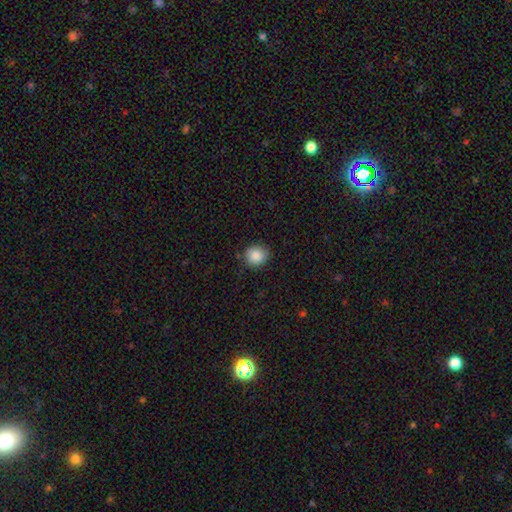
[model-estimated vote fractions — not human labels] Smooth or featured?
  - smooth: 87% *
  - star or artifact: 9%
  - featured or disk: 4%
How rounded?
  - round: 79% *
  - in between: 20%
  - cigar-shaped: 1%
Merging?
  - none: 83% *
  - minor disturbance: 13%
  - major disturbance: 3%
  - merger: 1%